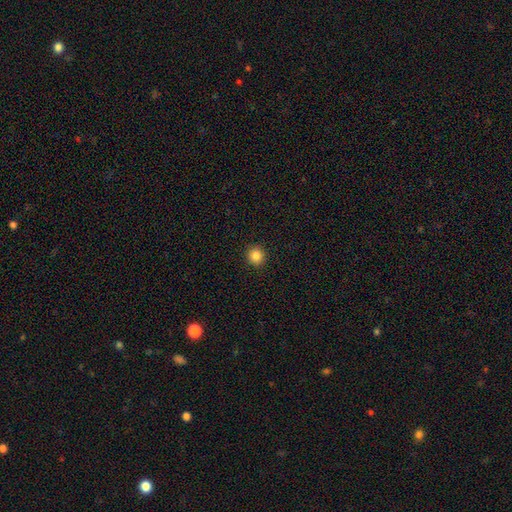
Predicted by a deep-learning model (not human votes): Smooth or featured? Predicted: smooth (p=0.86). How rounded? Predicted: round (p=0.94). Merging? Predicted: none (p=0.93).